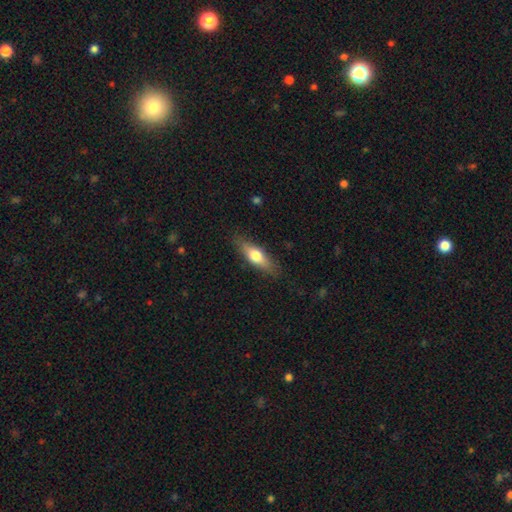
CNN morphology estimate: type=smooth (57%); roundness=cigar-shaped (49%); merging=none (84%).